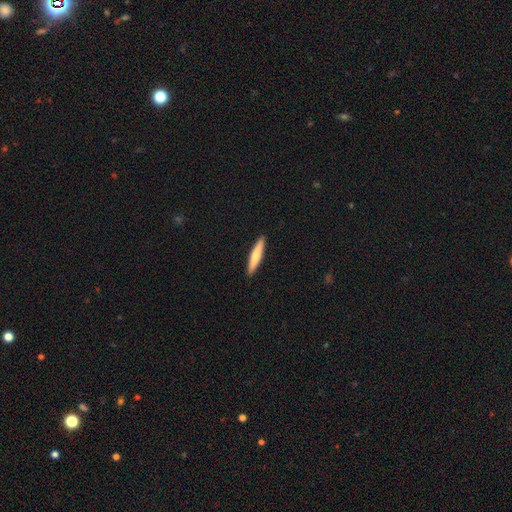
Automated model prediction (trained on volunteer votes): Q: Smooth or featured?
A: smooth (63%); runner-up: featured or disk (32%)
Q: How rounded?
A: cigar-shaped (91%); runner-up: in between (8%)
Q: Merging?
A: none (92%); runner-up: minor disturbance (6%)